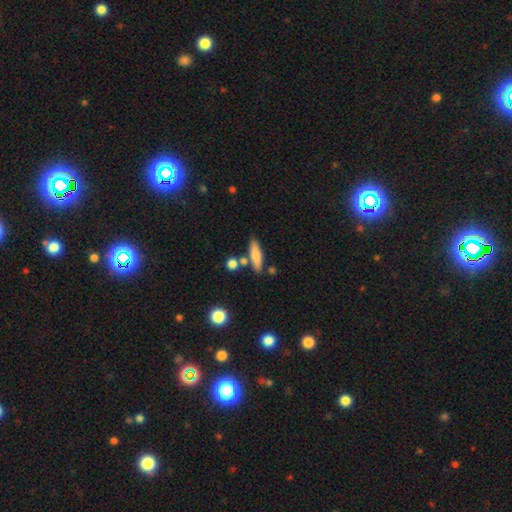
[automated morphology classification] The model was most divided on "how rounded": cigar-shaped: 69%, in between: 28%, round: 4%. More confident: smooth or featured — smooth (75%); merging — none (74%).